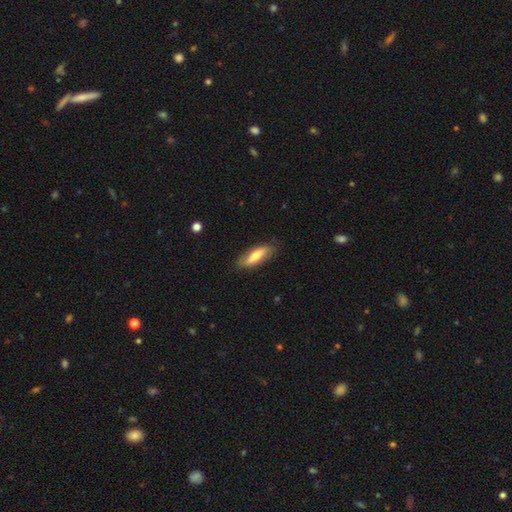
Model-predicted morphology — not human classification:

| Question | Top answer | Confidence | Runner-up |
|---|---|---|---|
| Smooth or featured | smooth | 60% | featured or disk (34%) |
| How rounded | in between | 60% | cigar-shaped (38%) |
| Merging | none | 79% | minor disturbance (16%) |